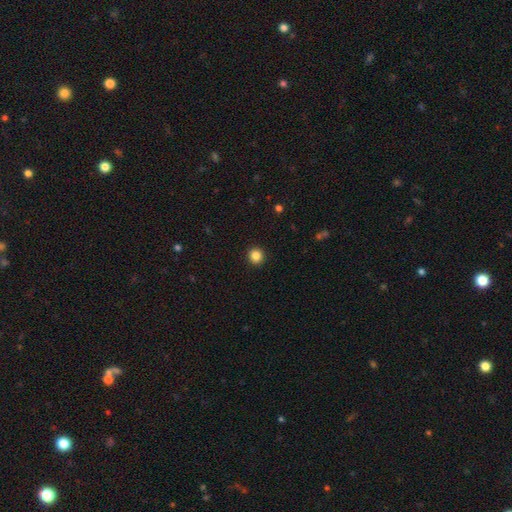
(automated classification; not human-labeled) smooth_or_featured: smooth (p=0.86) [alt: star or artifact p=0.10]
how_rounded: round (p=0.93) [alt: in between p=0.06]
merging: none (p=0.93) [alt: minor disturbance p=0.04]